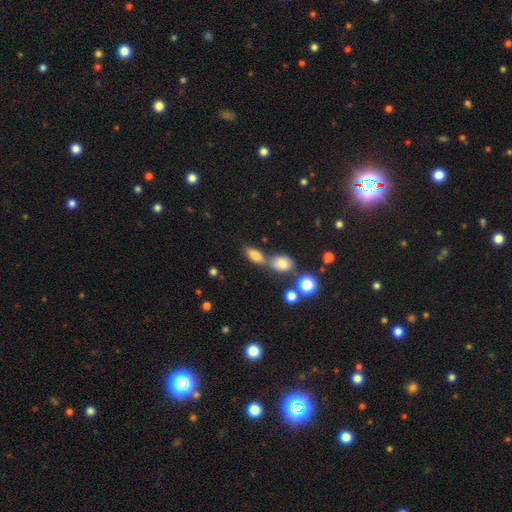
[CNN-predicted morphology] type=smooth (77%); roundness=in between (82%); merging=none (44%).